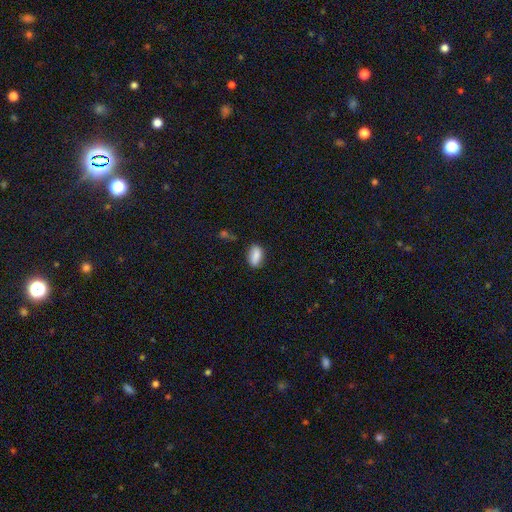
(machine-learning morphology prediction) Smooth or featured?
  - smooth: 86% *
  - star or artifact: 8%
  - featured or disk: 7%
How rounded?
  - in between: 88% *
  - round: 7%
  - cigar-shaped: 6%
Merging?
  - none: 78% *
  - minor disturbance: 16%
  - major disturbance: 3%
  - merger: 2%